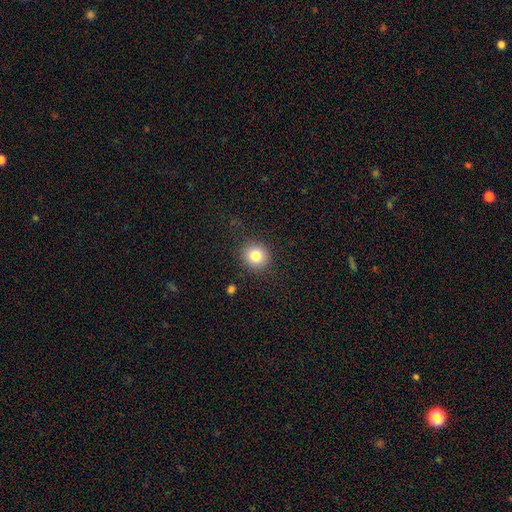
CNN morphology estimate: smooth-or-featured: smooth: 81% | star or artifact: 11% | featured or disk: 8%
  how-rounded: round: 87% | in between: 12% | cigar-shaped: 1%
  merging: none: 88% | minor disturbance: 8% | major disturbance: 3% | merger: 1%